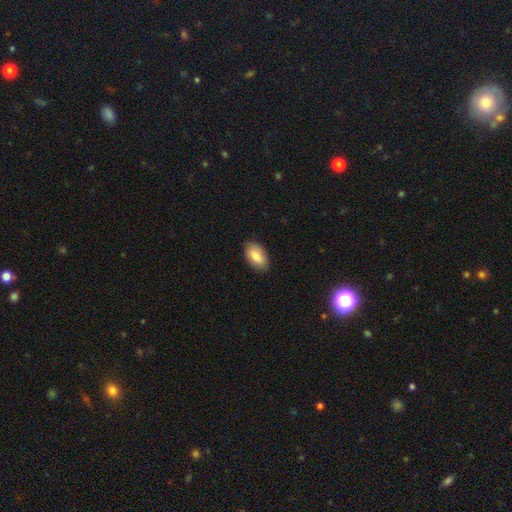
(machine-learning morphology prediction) Smooth or featured? Predicted: smooth (p=0.82). How rounded? Predicted: in between (p=0.94). Merging? Predicted: none (p=0.85).